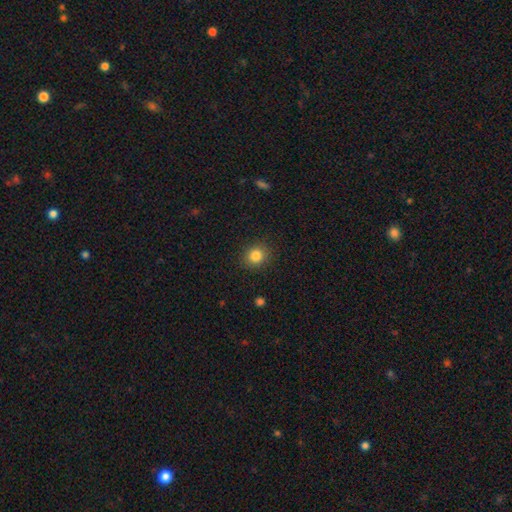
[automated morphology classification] A smooth galaxy with no disk features (84%) that is round (80%).

Vote fractions:
- Smooth or featured? smooth: 84% / star or artifact: 11% / featured or disk: 5%
- How rounded? round: 80% / in between: 19% / cigar-shaped: 1%
- Merging? none: 89% / minor disturbance: 8% / major disturbance: 3% / merger: 1%